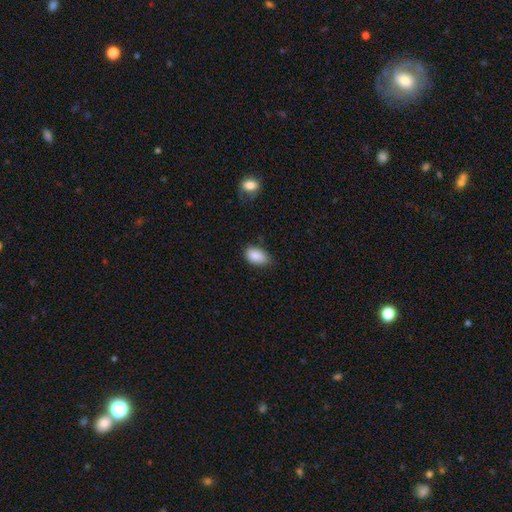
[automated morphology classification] smooth_or_featured: smooth (p=0.87) [alt: star or artifact p=0.07]
how_rounded: in between (p=0.92) [alt: round p=0.07]
merging: none (p=0.68) [alt: minor disturbance p=0.26]